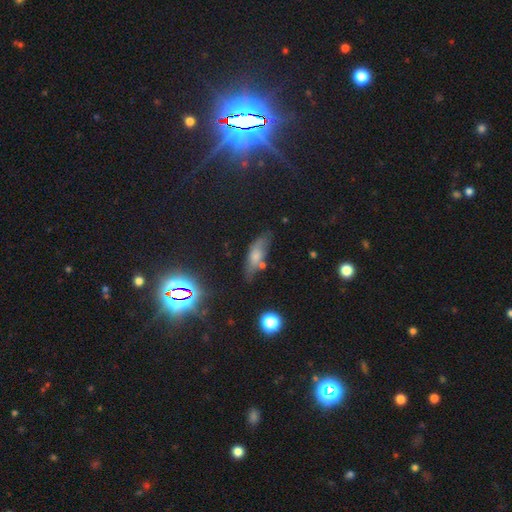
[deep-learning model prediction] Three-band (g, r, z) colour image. It shows a smooth galaxy with no disk features (60%) that is in between round and cigar-shaped (65%). Merging: none (61%).